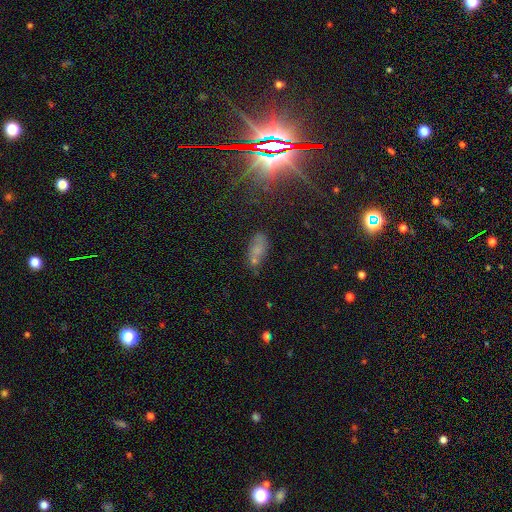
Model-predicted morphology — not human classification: This appears to be a smooth galaxy with no disk features (55%) that is in between round and cigar-shaped (79%). Merging: none (50%).